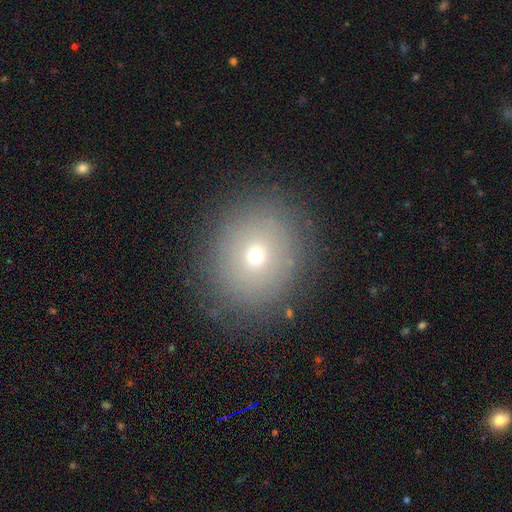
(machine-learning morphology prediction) A smooth galaxy with no disk features (62%) that is round (84%).

Vote fractions:
- Smooth or featured? smooth: 62% / featured or disk: 20% / star or artifact: 17%
- How rounded? round: 84% / in between: 15% / cigar-shaped: 1%
- Merging? none: 83% / minor disturbance: 11% / major disturbance: 5% / merger: 1%